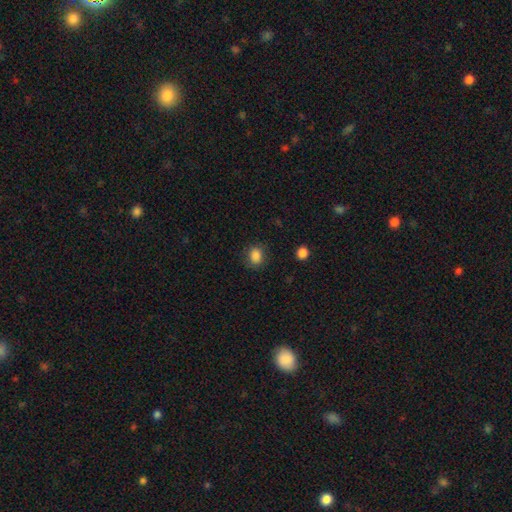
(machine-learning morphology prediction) A smooth galaxy with no disk features (86%) that is round (59%). Merging: none (82%).